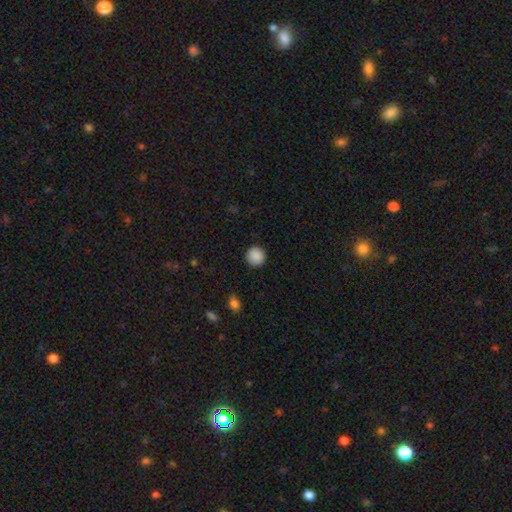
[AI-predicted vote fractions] Smooth or featured? Predicted: smooth (p=0.89). How rounded? Predicted: round (p=0.94). Merging? Predicted: none (p=0.91).